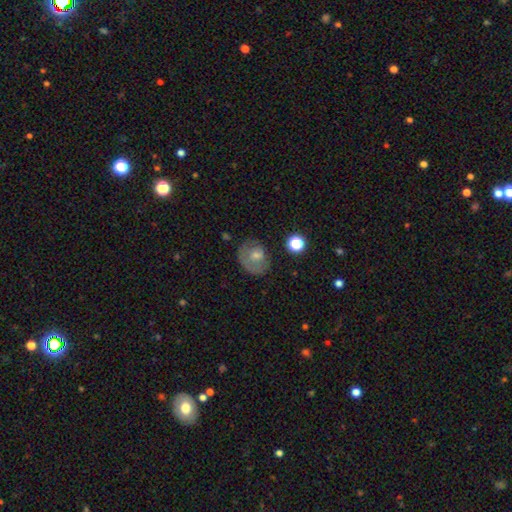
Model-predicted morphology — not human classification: type=smooth (49%); merging=none (67%).